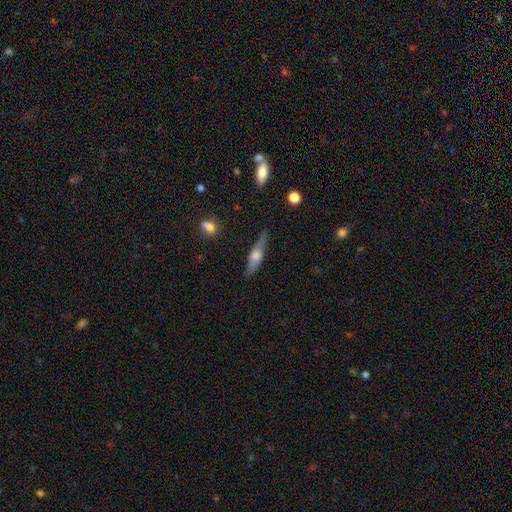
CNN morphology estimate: Q: Smooth or featured?
A: featured or disk (57%); runner-up: smooth (36%)
Q: Edge-on disk?
A: yes (91%); runner-up: no (9%)
Q: Edge-on bulge?
A: rounded (85%); runner-up: boxy (10%)
Q: Merging?
A: none (80%); runner-up: minor disturbance (15%)